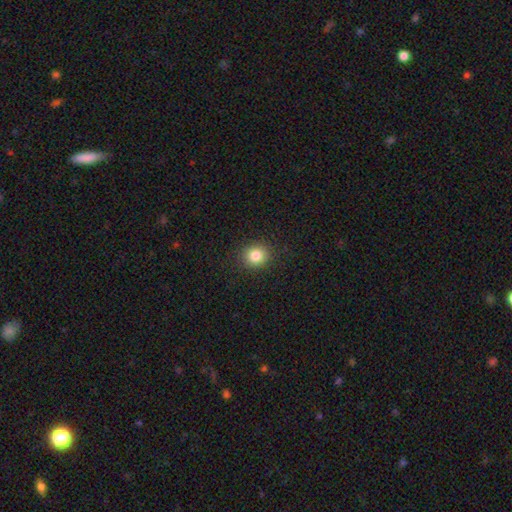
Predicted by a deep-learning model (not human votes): A smooth galaxy with no disk features (84%) that is round (80%).

Vote fractions:
- Smooth or featured? smooth: 84% / star or artifact: 11% / featured or disk: 5%
- How rounded? round: 80% / in between: 19% / cigar-shaped: 1%
- Merging? none: 89% / minor disturbance: 7% / major disturbance: 2% / merger: 1%